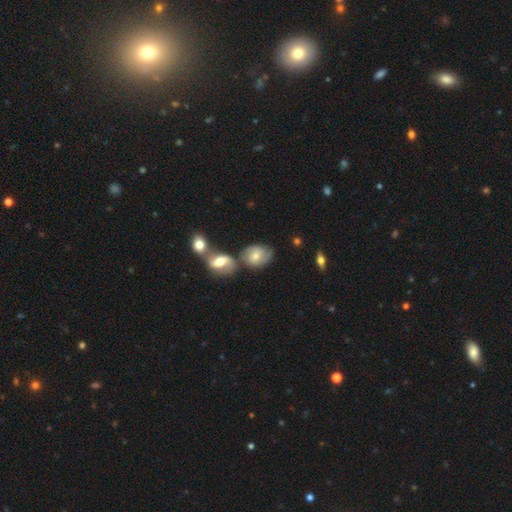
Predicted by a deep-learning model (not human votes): smooth_or_featured: smooth (p=0.48) [alt: featured or disk p=0.43]
merging: none (p=0.40) [alt: merger p=0.35]